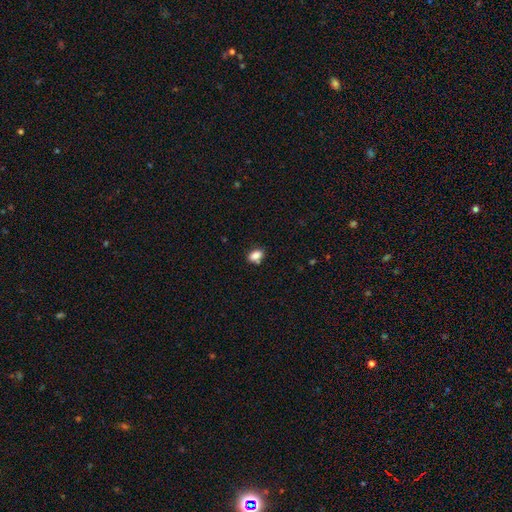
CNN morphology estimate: This is clearly a smooth galaxy (84%). How rounded: likely in between (80%). Merging: likely none (69%).